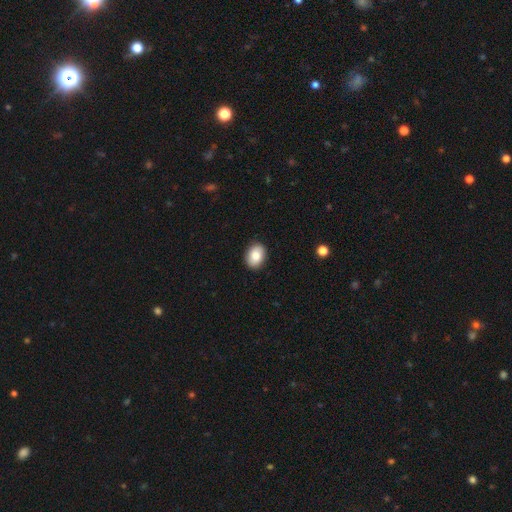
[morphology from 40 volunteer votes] smooth 82%, featured or disk 10%, star or artifact 8%. Down the decision tree: how rounded — in between (67%); merging — none (95%).